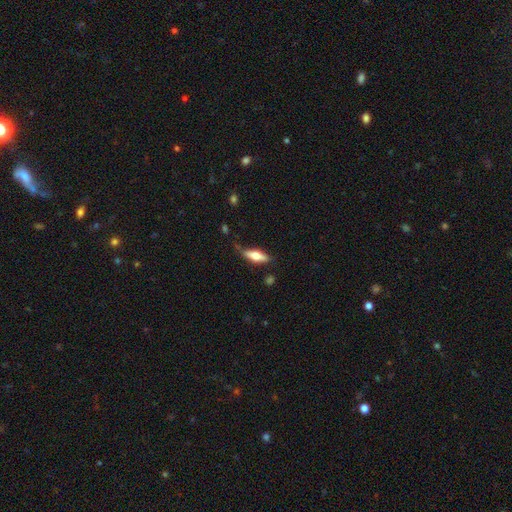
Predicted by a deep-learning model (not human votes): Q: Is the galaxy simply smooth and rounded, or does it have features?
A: smooth — 53%.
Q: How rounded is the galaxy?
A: in between — 51%.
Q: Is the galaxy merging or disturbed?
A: none — 67%.